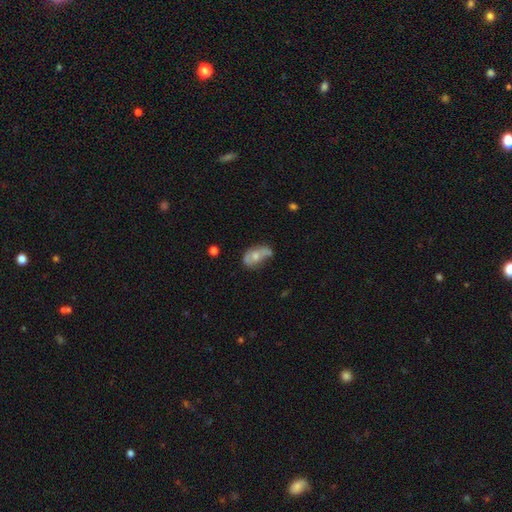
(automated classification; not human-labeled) smooth-or-featured: smooth: 49% | featured or disk: 42% | star or artifact: 9%
  merging: minor disturbance: 32% (tied) | none: 32% (tied) | major disturbance: 21% | merger: 15%